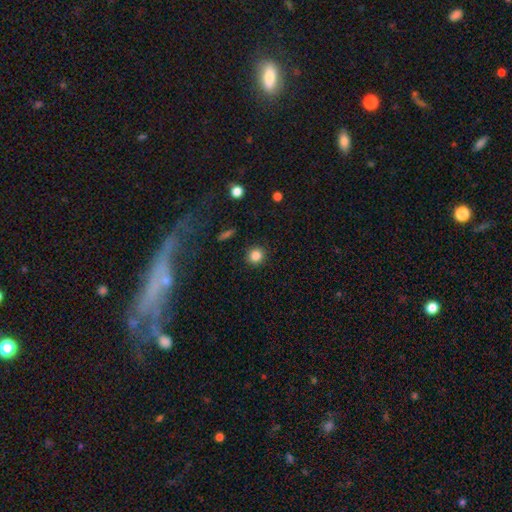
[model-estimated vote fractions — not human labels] Morphology: type=smooth (84%); roundness=round (89%); merging=none (90%).